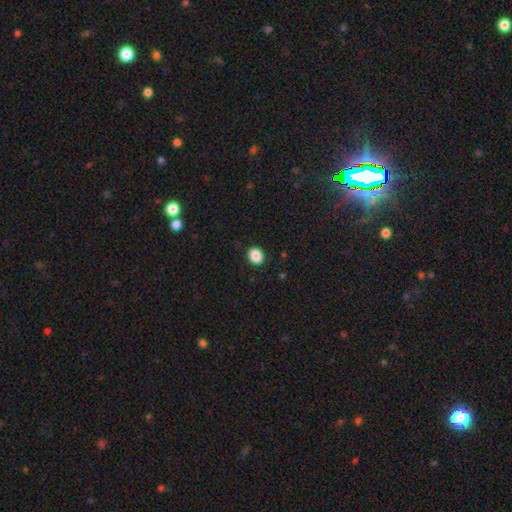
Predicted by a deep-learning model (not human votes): Morphology: type=smooth (88%); roundness=round (52%); merging=none (90%).